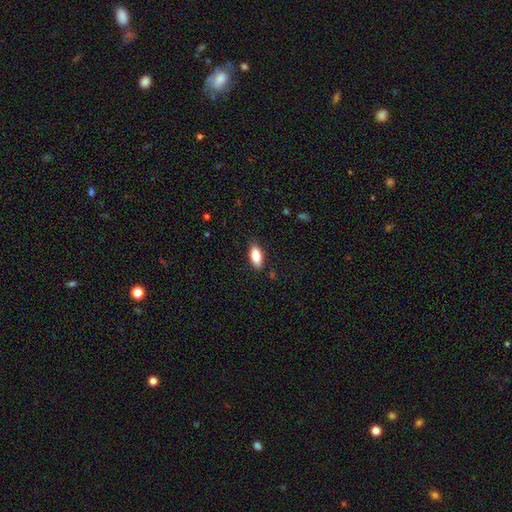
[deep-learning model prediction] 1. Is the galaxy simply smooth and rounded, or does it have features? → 83% smooth, 10% featured or disk, 7% star or artifact.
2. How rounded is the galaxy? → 84% in between, 13% cigar-shaped, 2% round.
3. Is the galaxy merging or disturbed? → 86% none, 11% minor disturbance, 2% major disturbance, 1% merger.